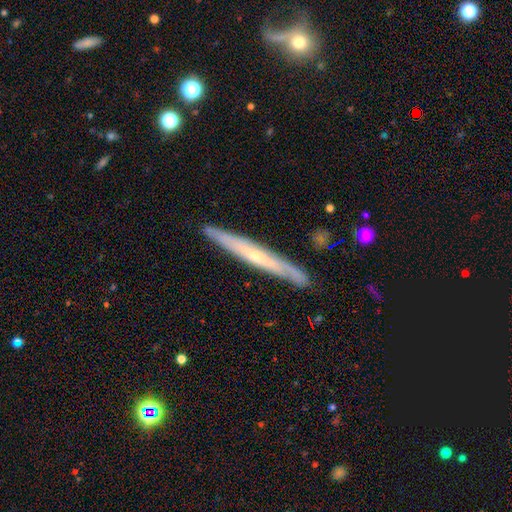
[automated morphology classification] This is likely a featured or disk galaxy (69%). It is clearly viewed edge-on (89%). Edge-on bulge: possibly none (50%). Merging: clearly none (86%).